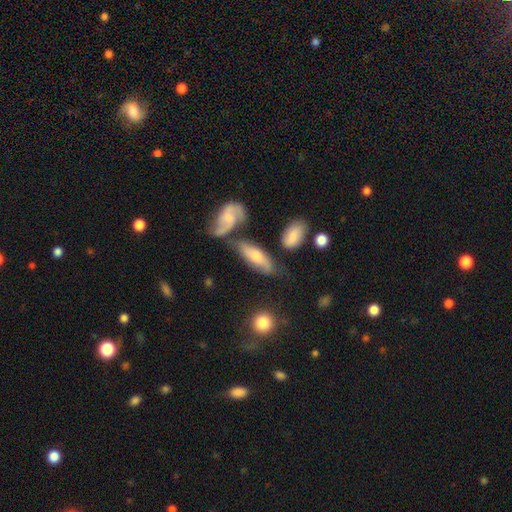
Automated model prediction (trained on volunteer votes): The model was most divided on "smooth or featured": featured or disk: 47%, smooth: 44%, star or artifact: 9%. Remaining: merging — none (45%).